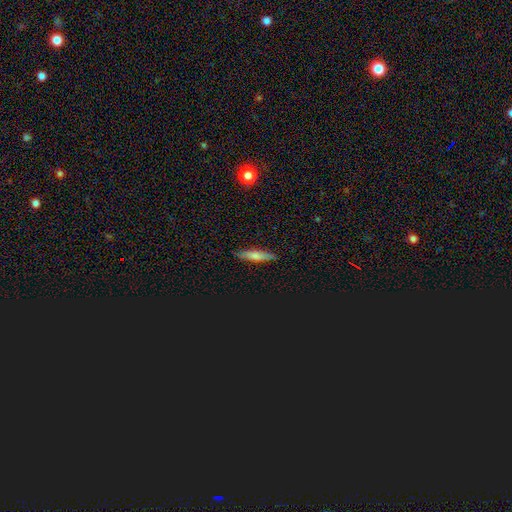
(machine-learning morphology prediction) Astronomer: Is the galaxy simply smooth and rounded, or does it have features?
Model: smooth — 66%.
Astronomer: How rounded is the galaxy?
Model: cigar-shaped — 76%.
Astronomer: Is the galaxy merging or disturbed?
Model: none — 86%.